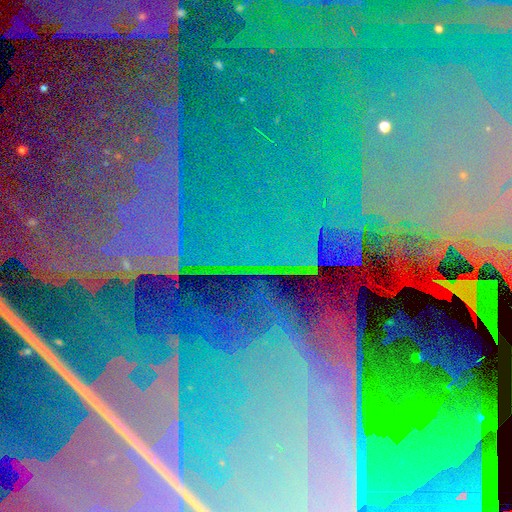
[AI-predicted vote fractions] smooth_or_featured: star or artifact (p=0.87) [alt: featured or disk p=0.07]